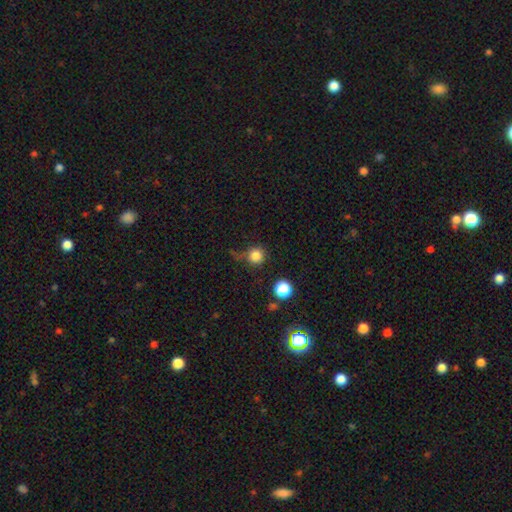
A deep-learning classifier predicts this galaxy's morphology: The model was most divided on "merging": none: 68%, minor disturbance: 18%, major disturbance: 8%, merger: 6%. More confident: how rounded — round (94%); smooth or featured — smooth (83%).